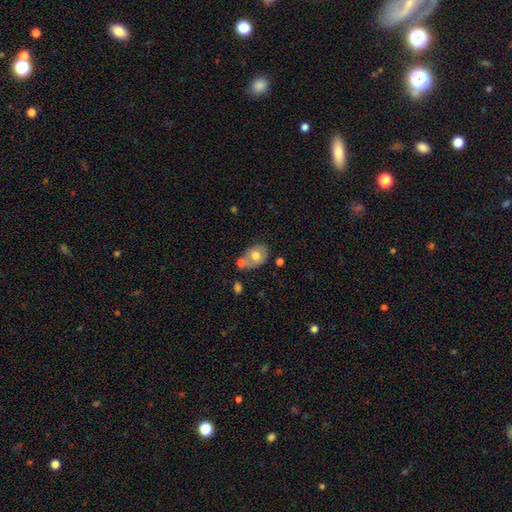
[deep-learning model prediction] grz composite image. It shows a smooth galaxy with no disk features (69%) that is in between round and cigar-shaped (67%). Merging: none (47%).